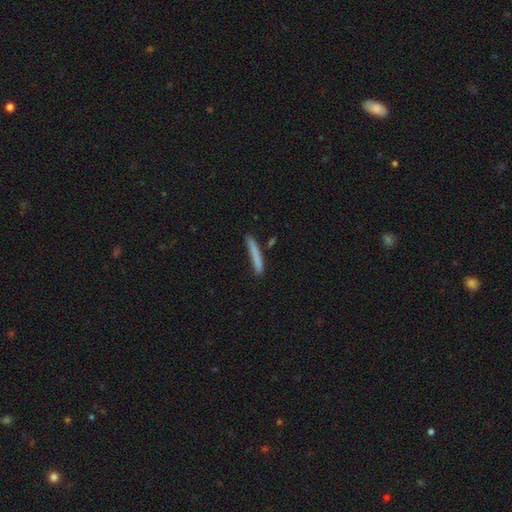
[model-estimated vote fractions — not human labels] Smooth or featured: smooth — 78% (featured or disk — 16%)
How rounded: cigar-shaped — 96% (in between — 3%)
Merging: none — 81% (minor disturbance — 14%)